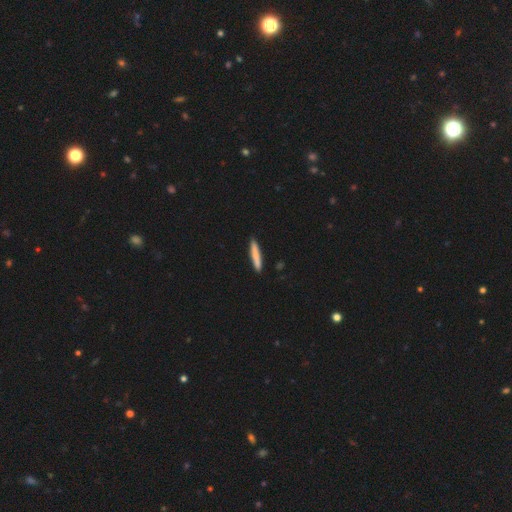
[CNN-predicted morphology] A smooth galaxy with no disk features (79%) that is cigar-shaped (95%). Merging: none (91%).